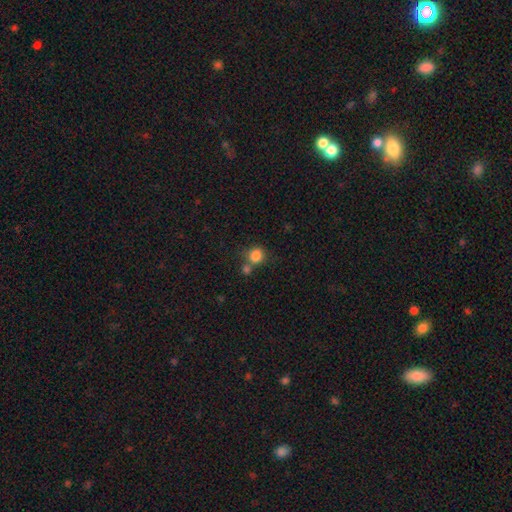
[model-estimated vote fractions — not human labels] smooth-or-featured: smooth: 84% | star or artifact: 11% | featured or disk: 6%
  how-rounded: round: 79% | in between: 20% | cigar-shaped: 1%
  merging: none: 59% | merger: 26% | minor disturbance: 11% | major disturbance: 4%